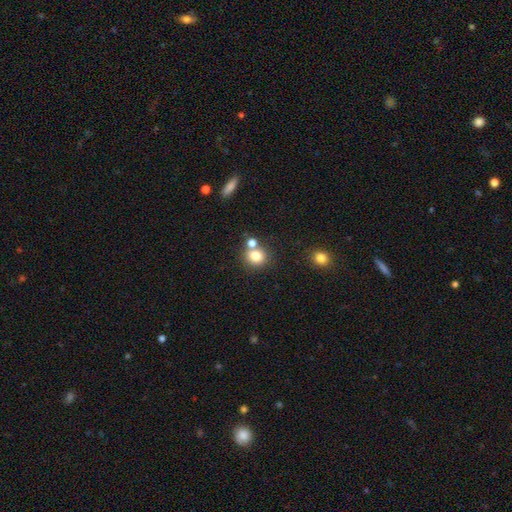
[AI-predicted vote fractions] Smooth or featured? Predicted: smooth (p=0.79). How rounded? Predicted: round (p=0.80). Merging? Predicted: none (p=0.61).